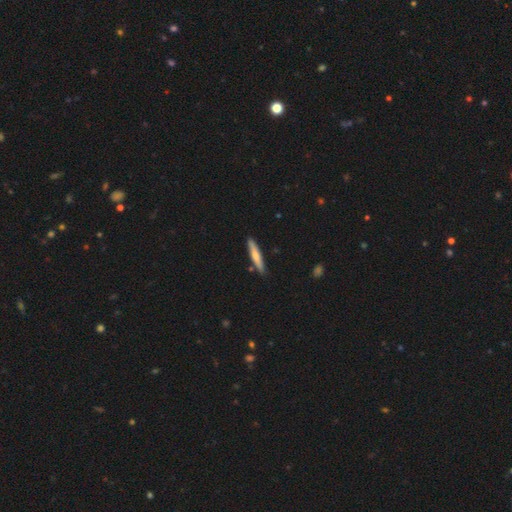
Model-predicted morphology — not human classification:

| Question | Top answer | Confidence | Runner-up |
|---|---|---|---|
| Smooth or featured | smooth | 63% | featured or disk (32%) |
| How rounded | cigar-shaped | 91% | in between (7%) |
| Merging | none | 87% | minor disturbance (9%) |